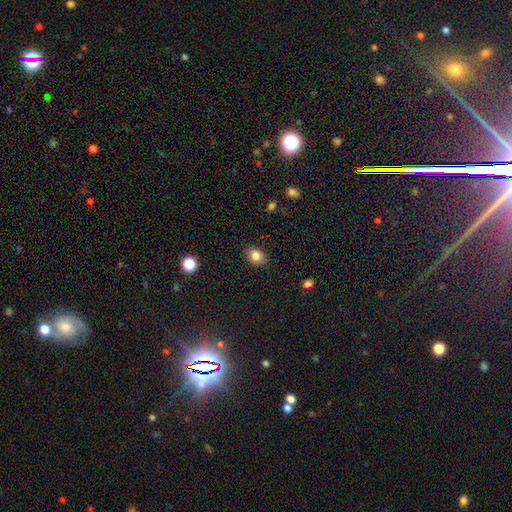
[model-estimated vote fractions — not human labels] smooth 83%, star or artifact 10%, featured or disk 7%. Down the decision tree: how rounded — in between (73%); merging — none (86%).